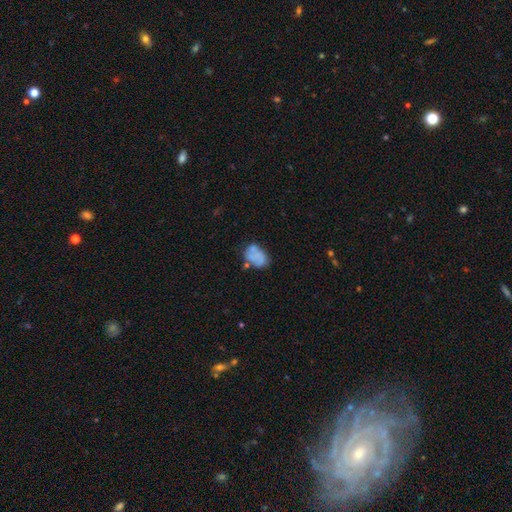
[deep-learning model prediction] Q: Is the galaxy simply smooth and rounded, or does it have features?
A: smooth — 58%.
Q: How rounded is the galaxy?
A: in between — 82%.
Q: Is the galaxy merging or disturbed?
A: none — 45%.